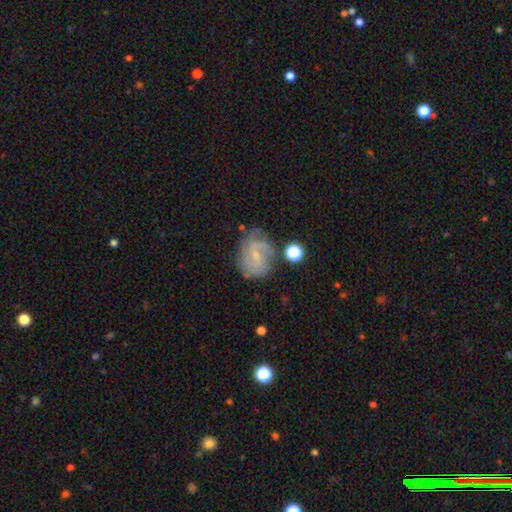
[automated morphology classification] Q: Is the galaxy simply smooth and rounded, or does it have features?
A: featured or disk — 65%.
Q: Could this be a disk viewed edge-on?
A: no — 97%.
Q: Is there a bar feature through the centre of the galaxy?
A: weak — 49%.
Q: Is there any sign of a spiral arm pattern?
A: yes — 86%.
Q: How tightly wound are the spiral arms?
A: medium — 41%.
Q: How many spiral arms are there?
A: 2 — 36%.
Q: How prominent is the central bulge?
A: small — 73%.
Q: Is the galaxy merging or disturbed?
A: none — 60%.